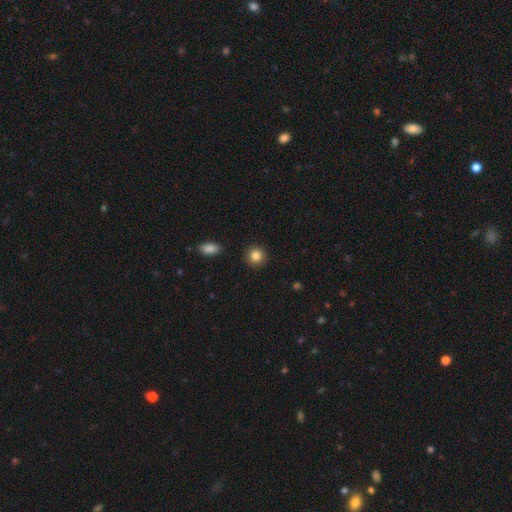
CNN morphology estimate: A smooth galaxy with no disk features (85%) that is round (92%). Merging: none (92%).